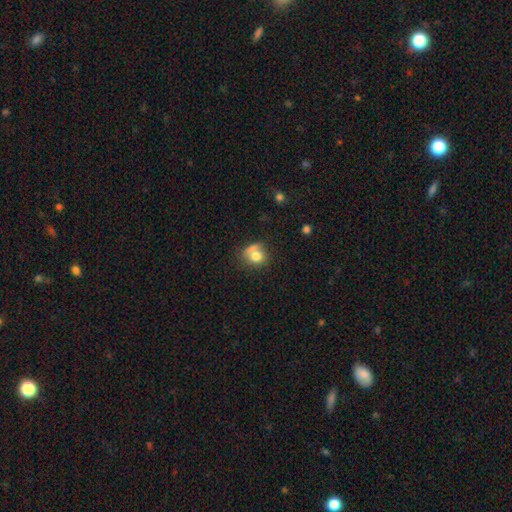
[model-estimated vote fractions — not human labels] A smooth galaxy with no disk features (75%) that is round (72%). Merging: none (47%).